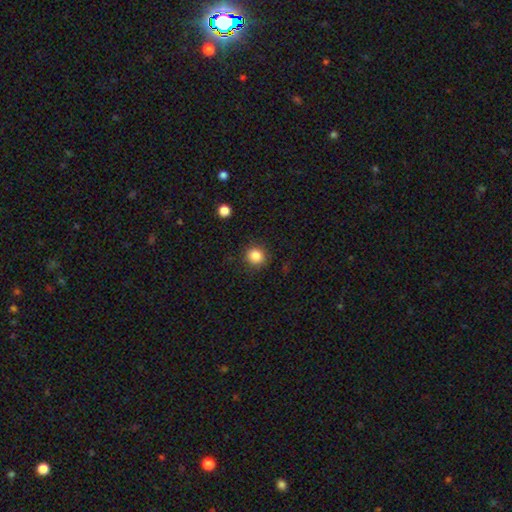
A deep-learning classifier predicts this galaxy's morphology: The model was most divided on "smooth or featured": smooth: 85%, star or artifact: 11%, featured or disk: 4%. More confident: how rounded — round (89%); merging — none (88%).